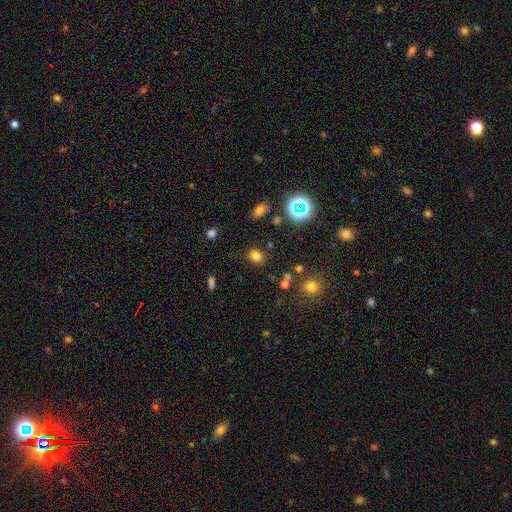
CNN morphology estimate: Q: Smooth or featured?
A: smooth (75%); runner-up: star or artifact (18%)
Q: How rounded?
A: round (55%); runner-up: in between (44%)
Q: Merging?
A: none (82%); runner-up: minor disturbance (11%)